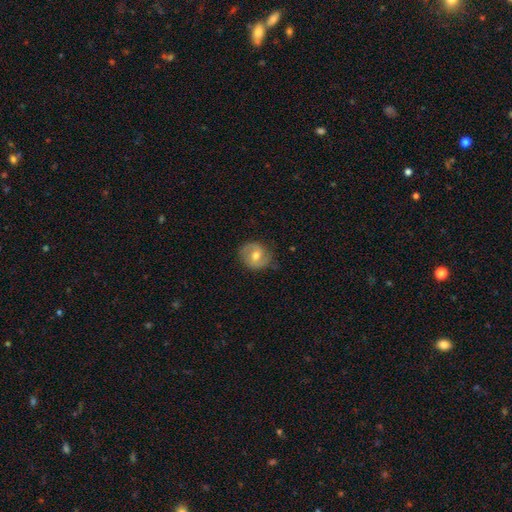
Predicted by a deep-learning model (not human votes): The model was most divided on "bar": weak: 48%, no: 38%, strong: 14%. More confident: edge-on disk — no (97%); spiral arms — yes (82%); merging — none (78%); bulge size — moderate (73%); smooth or featured — featured or disk (56%).